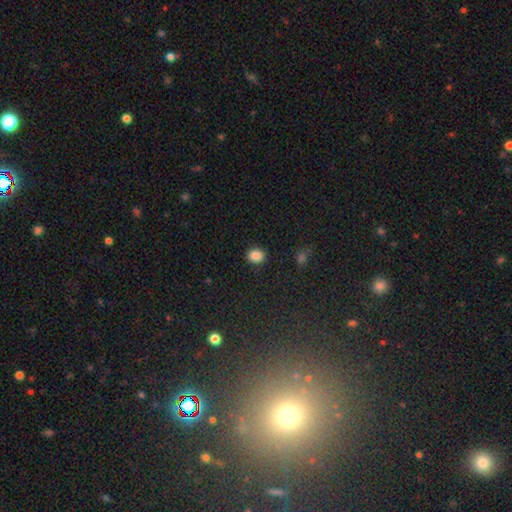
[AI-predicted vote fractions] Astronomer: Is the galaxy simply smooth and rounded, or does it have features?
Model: smooth — 86%.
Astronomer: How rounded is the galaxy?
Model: round — 74%.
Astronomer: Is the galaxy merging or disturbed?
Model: none — 89%.